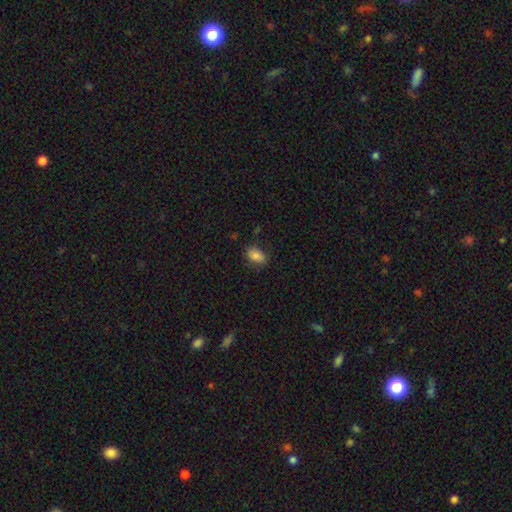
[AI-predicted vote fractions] Morphology: type=smooth (84%); roundness=in between (85%); merging=none (75%).